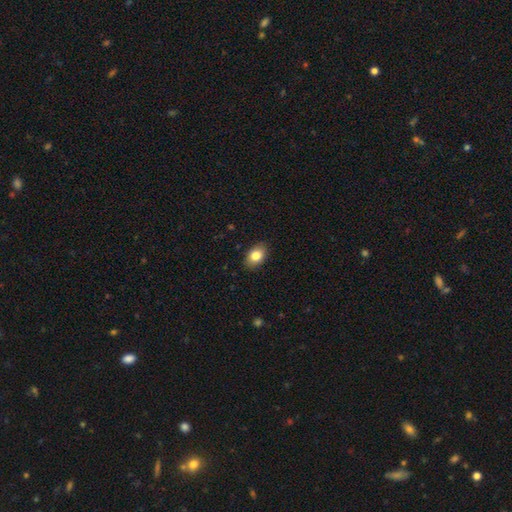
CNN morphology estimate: type=smooth (83%); roundness=in between (80%); merging=none (88%).